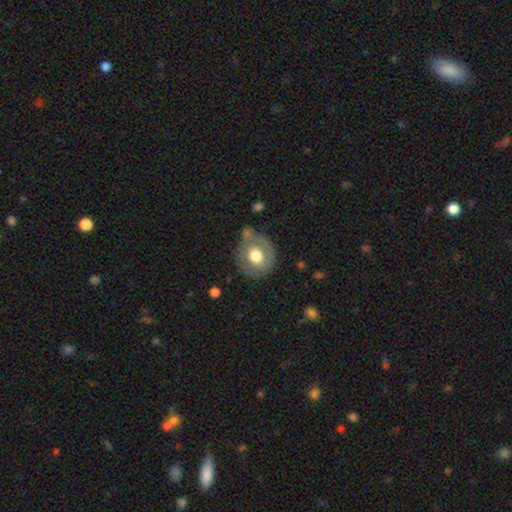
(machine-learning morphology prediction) A smooth galaxy with no disk features (53%) that is round (72%). Merging: none (64%).